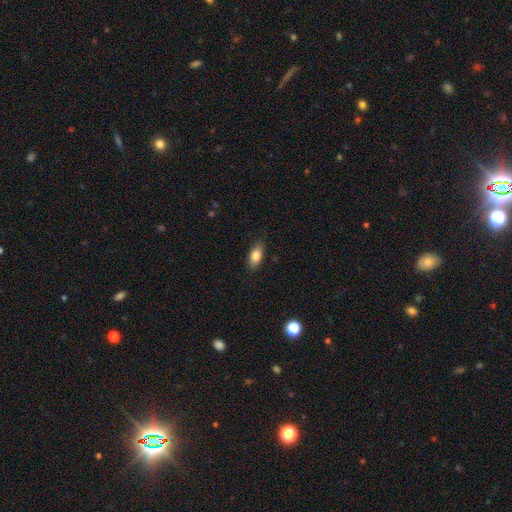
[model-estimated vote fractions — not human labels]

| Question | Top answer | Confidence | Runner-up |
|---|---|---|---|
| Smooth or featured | smooth | 82% | featured or disk (10%) |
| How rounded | in between | 87% | cigar-shaped (9%) |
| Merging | none | 85% | minor disturbance (12%) |